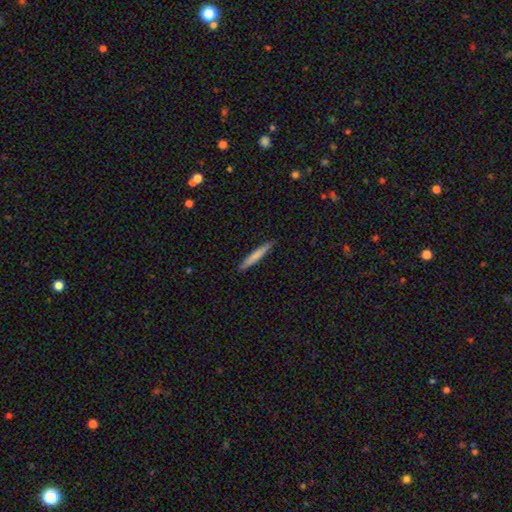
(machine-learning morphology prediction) A smooth galaxy with no disk features (73%) that is cigar-shaped (95%).

Vote fractions:
- Smooth or featured? smooth: 73% / featured or disk: 22% / star or artifact: 5%
- How rounded? cigar-shaped: 95% / in between: 3% / round: 1%
- Merging? none: 90% / minor disturbance: 7% / major disturbance: 1% / merger: 1%